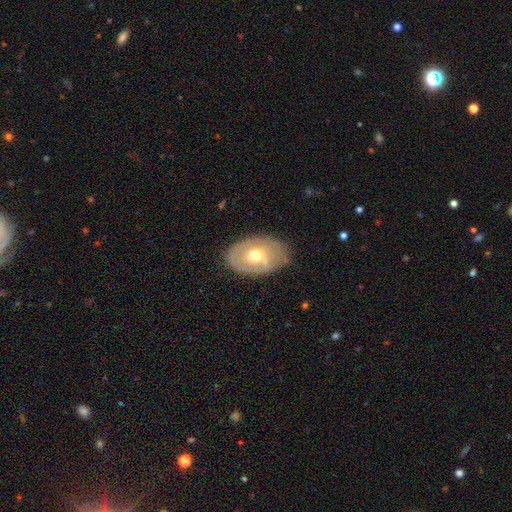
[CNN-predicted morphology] Smooth or featured: featured or disk — 56% (smooth — 38%)
Edge-on disk: no — 92% (yes — 8%)
Bar: no — 76% (weak — 20%)
Spiral arms: no — 55% (yes — 45%)
Bulge size: moderate — 73% (small — 19%)
Merging: none — 72% (minor disturbance — 20%)